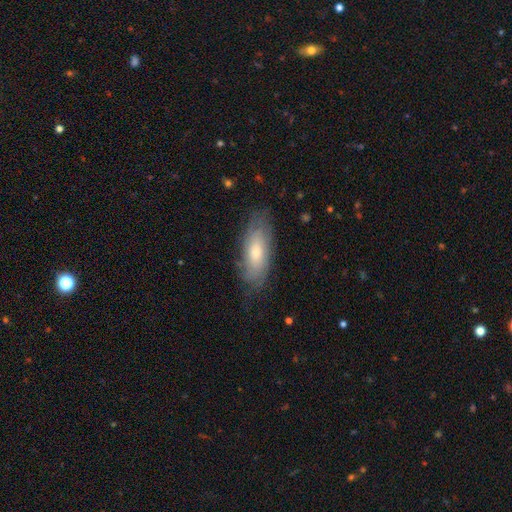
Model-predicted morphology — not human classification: Q: Smooth or featured?
A: smooth (51%); runner-up: featured or disk (41%)
Q: How rounded?
A: in between (71%); runner-up: cigar-shaped (26%)
Q: Merging?
A: none (78%); runner-up: minor disturbance (17%)